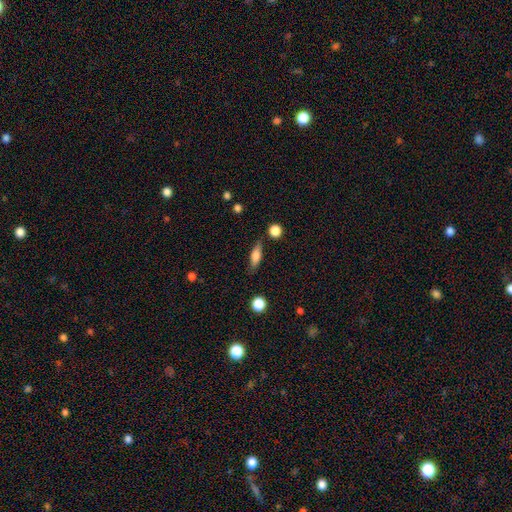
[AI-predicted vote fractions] smooth-or-featured: smooth: 68% | featured or disk: 24% | star or artifact: 8%
  how-rounded: in between: 50% | cigar-shaped: 45% | round: 5%
  merging: none: 80% | minor disturbance: 14% | major disturbance: 4% | merger: 3%